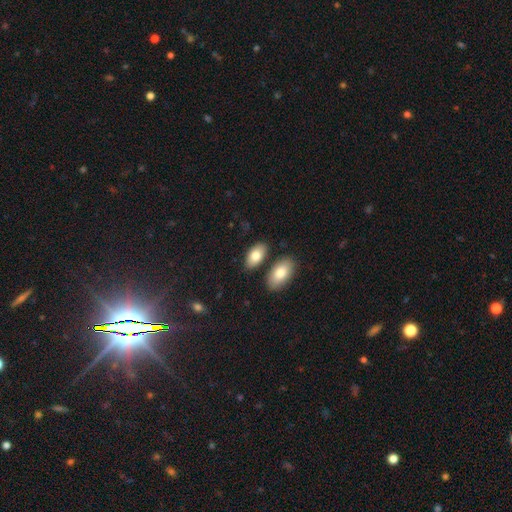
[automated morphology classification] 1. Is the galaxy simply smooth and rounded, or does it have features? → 79% smooth, 15% featured or disk, 6% star or artifact.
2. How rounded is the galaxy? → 95% in between, 3% round, 2% cigar-shaped.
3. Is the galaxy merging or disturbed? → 74% none, 13% merger, 11% minor disturbance, 3% major disturbance.